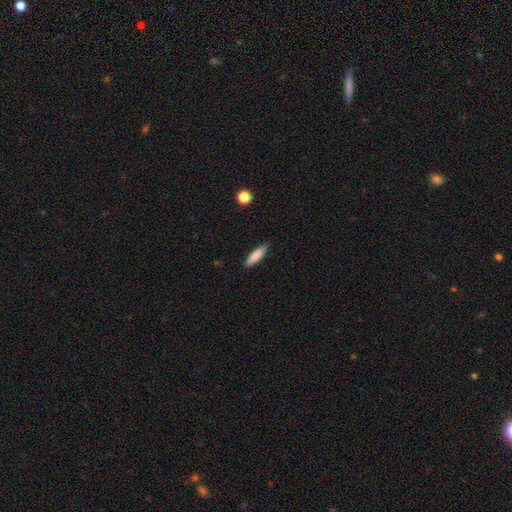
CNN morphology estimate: smooth 83%, featured or disk 10%, star or artifact 6%. Down the decision tree: how rounded — cigar-shaped (67%); merging — none (86%).